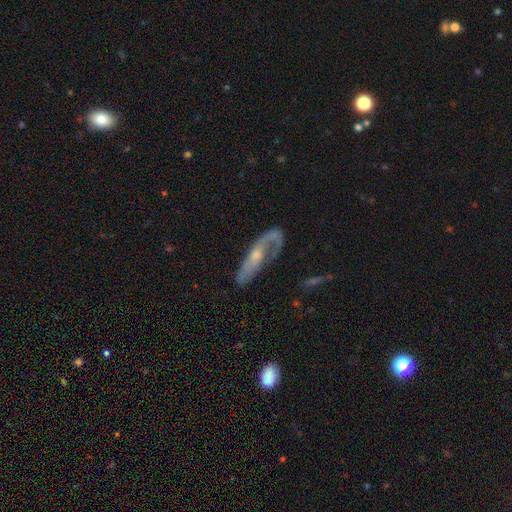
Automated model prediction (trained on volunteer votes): Smooth or featured? Predicted: featured or disk (p=0.72). Edge-on disk? Predicted: no (p=0.78). Bar? Predicted: no (p=0.64). Spiral arms? Predicted: yes (p=0.78). Bulge size? Predicted: moderate (p=0.45, tied with small). Merging? Predicted: none (p=0.44).